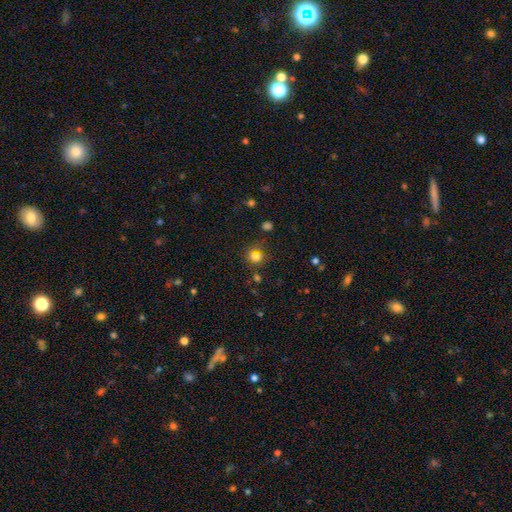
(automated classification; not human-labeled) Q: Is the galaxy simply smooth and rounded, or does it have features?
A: smooth — 78%.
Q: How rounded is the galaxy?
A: round — 80%.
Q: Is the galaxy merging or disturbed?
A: none — 70%.